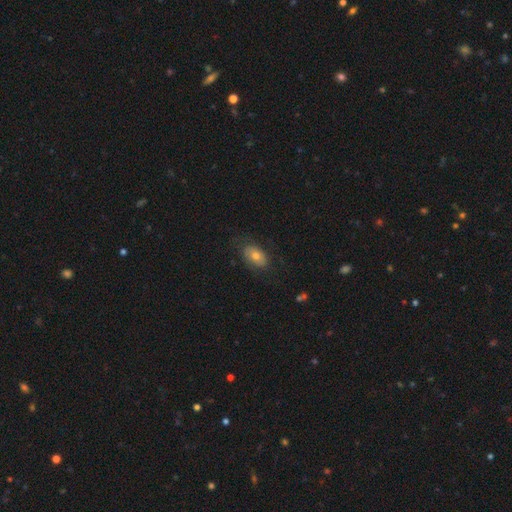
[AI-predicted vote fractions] Smooth or featured: smooth — 64% (featured or disk — 26%)
How rounded: in between — 86% (round — 12%)
Merging: none — 74% (minor disturbance — 18%)